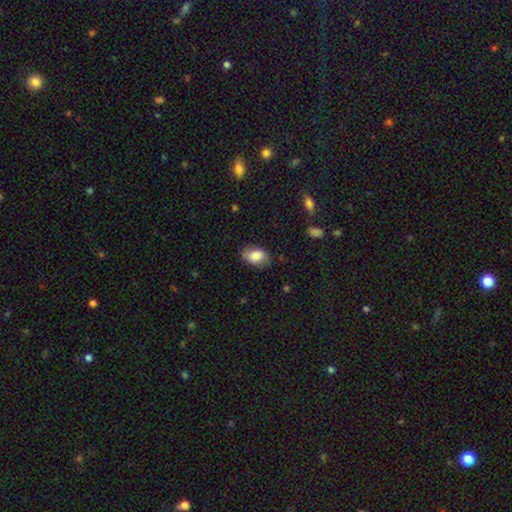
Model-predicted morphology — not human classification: This appears to be a smooth galaxy with no disk features (82%) that is in between round and cigar-shaped (89%). Merging: none (78%).